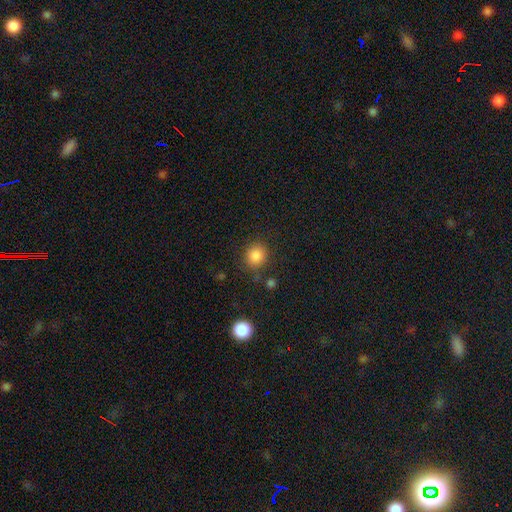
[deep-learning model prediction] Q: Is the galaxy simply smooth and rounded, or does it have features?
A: smooth — 86%.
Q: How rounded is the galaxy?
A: round — 83%.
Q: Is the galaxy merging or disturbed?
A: none — 82%.